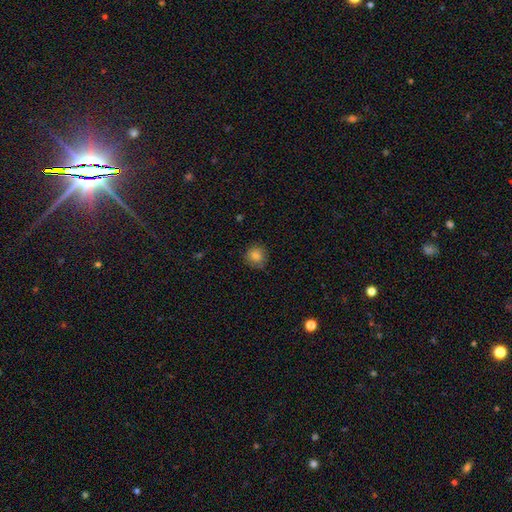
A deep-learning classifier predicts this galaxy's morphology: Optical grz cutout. It shows a smooth galaxy with no disk features (81%) that is round (87%). Merging: none (83%).